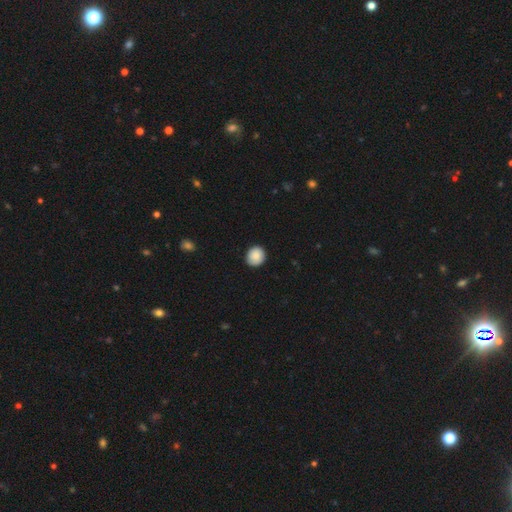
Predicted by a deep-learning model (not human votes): Q: Smooth or featured?
A: smooth (88%); runner-up: star or artifact (8%)
Q: How rounded?
A: round (85%); runner-up: in between (14%)
Q: Merging?
A: none (89%); runner-up: minor disturbance (8%)